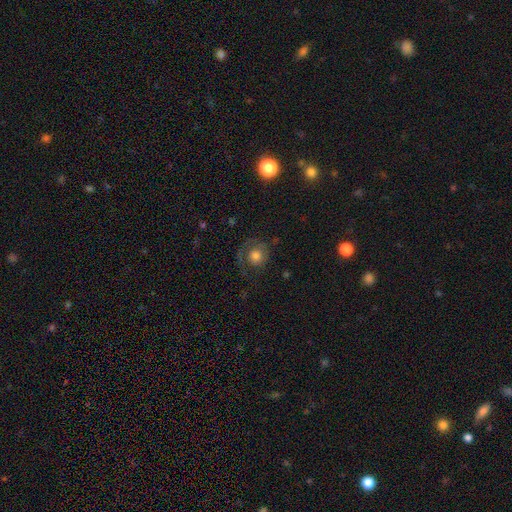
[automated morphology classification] Smooth or featured? smooth (61%)
How rounded? round (87%)
Merging? none (58%)